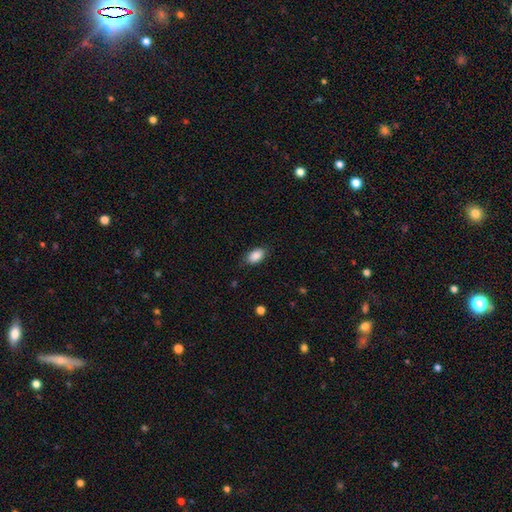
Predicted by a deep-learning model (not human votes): Smooth or featured: smooth — 88% (star or artifact — 7%)
How rounded: in between — 92% (round — 6%)
Merging: none — 81% (minor disturbance — 14%)